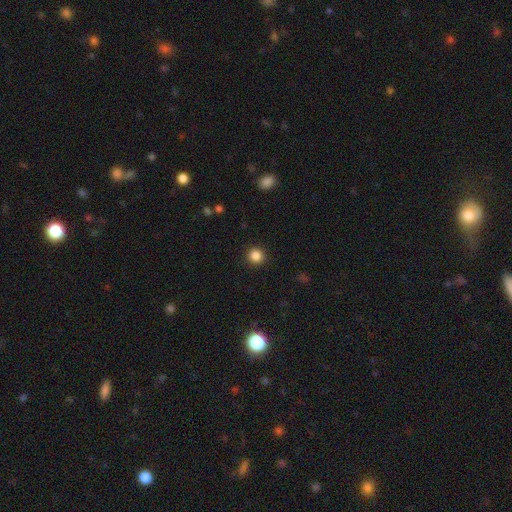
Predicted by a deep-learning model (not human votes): Overall: smooth (86%). How rounded: round (93%). Merging: none (92%).